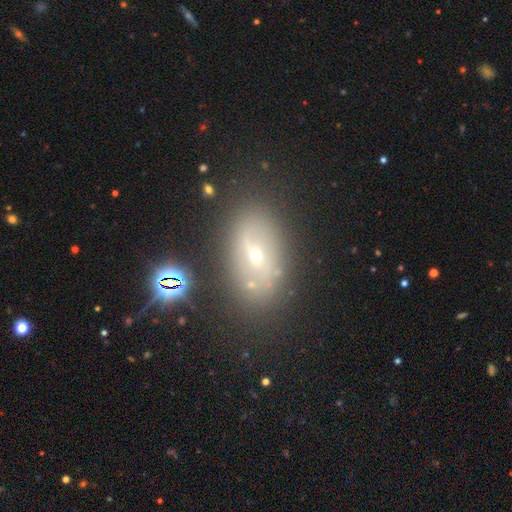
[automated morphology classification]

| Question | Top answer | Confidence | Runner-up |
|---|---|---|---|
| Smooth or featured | featured or disk | 46% | smooth (37%) |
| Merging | none | 73% | minor disturbance (15%) |